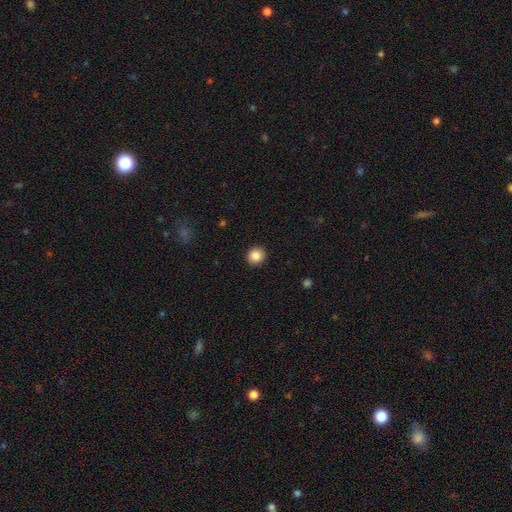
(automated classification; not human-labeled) Smooth or featured? Predicted: smooth (p=0.86). How rounded? Predicted: round (p=0.90). Merging? Predicted: none (p=0.92).